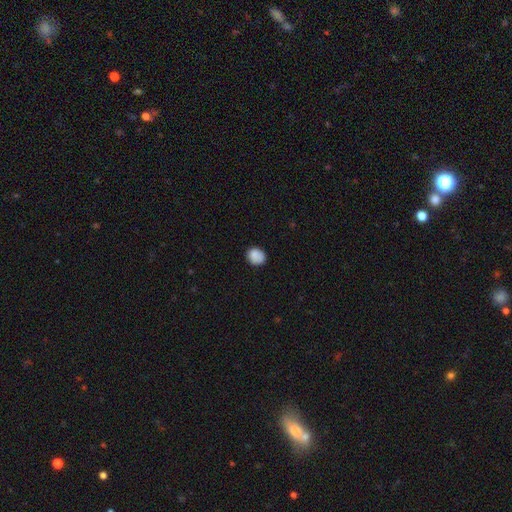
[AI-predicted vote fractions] Smooth or featured? smooth (86%)
How rounded? round (71%)
Merging? none (79%)